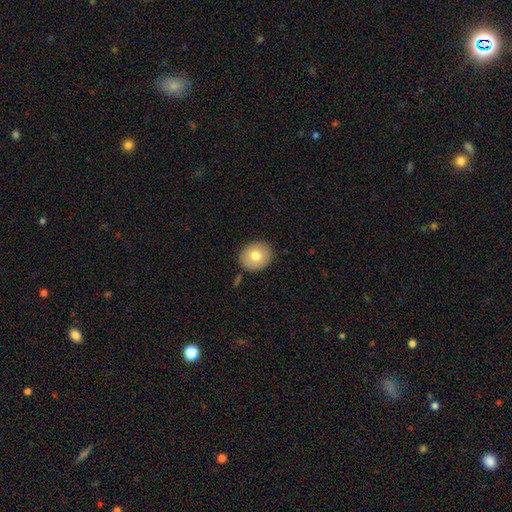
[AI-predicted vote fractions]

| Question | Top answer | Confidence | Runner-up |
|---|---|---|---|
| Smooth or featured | smooth | 77% | featured or disk (15%) |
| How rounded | round | 67% | in between (32%) |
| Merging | none | 86% | minor disturbance (9%) |